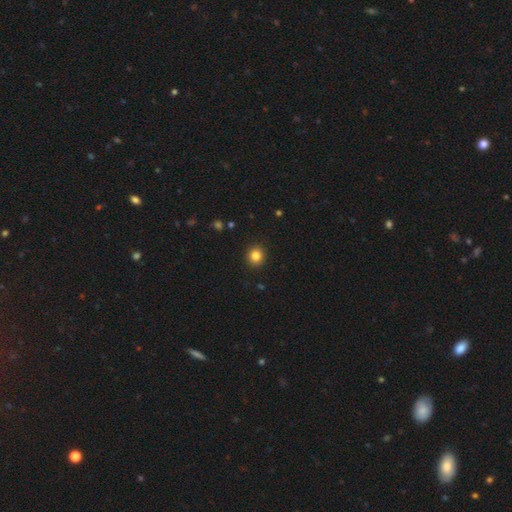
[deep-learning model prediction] Overall: smooth (84%). How rounded: round (87%). Merging: none (92%).